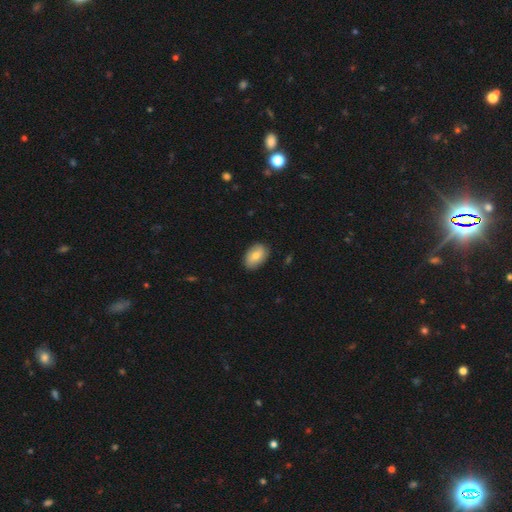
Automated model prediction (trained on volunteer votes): Smooth or featured?
  - smooth: 72% *
  - featured or disk: 21%
  - star or artifact: 7%
How rounded?
  - in between: 88% *
  - round: 10%
  - cigar-shaped: 1%
Merging?
  - none: 85% *
  - minor disturbance: 12%
  - major disturbance: 2%
  - merger: 1%